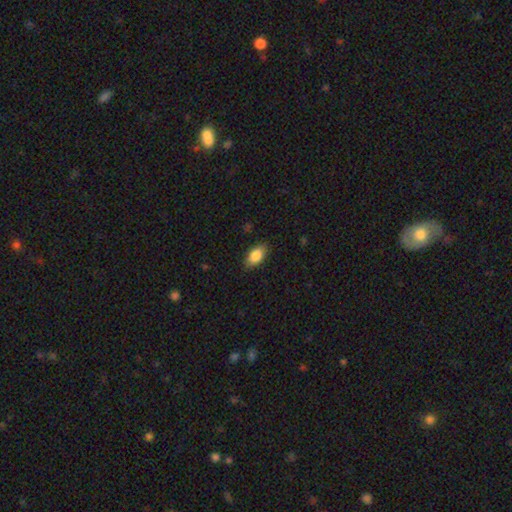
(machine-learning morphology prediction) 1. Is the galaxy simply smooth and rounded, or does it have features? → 86% smooth, 7% featured or disk, 7% star or artifact.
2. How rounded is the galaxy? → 92% in between, 5% round, 4% cigar-shaped.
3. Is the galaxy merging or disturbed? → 84% none, 12% minor disturbance, 3% major disturbance, 1% merger.